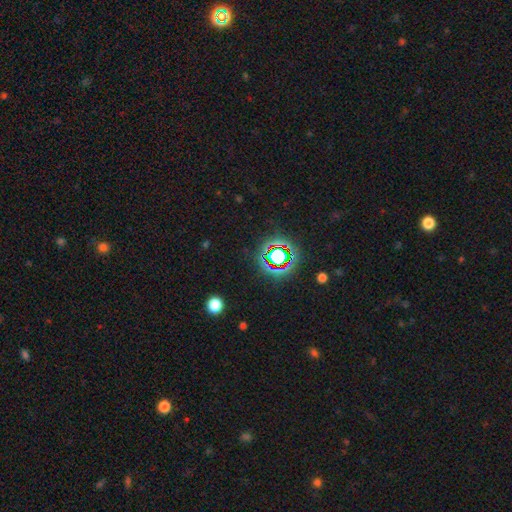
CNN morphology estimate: This appears to be a star or artifact, not a galaxy (77%).